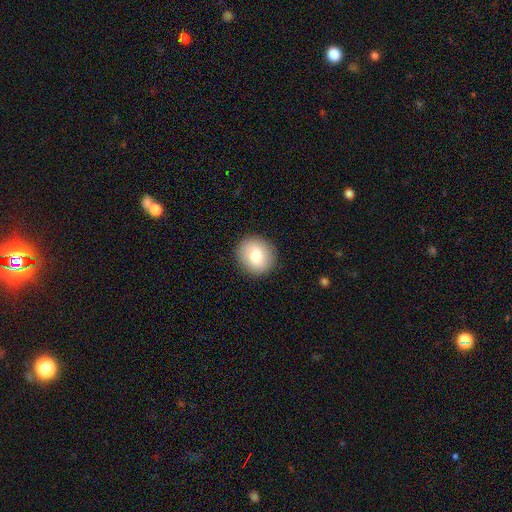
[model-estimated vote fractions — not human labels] This appears to be a smooth galaxy with no disk features (79%) that is round (81%). Merging: none (91%).